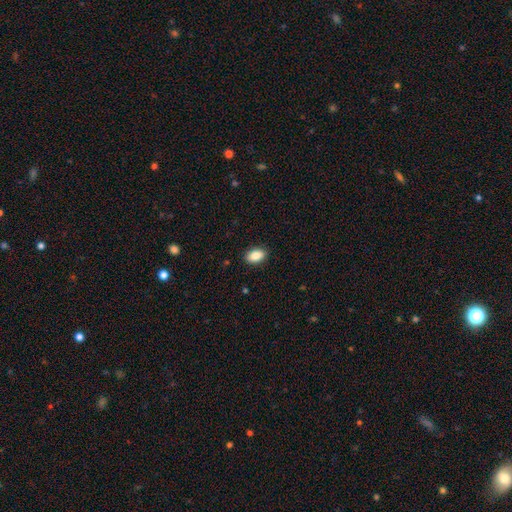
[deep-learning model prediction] This appears to be a smooth galaxy with no disk features (88%) that is in between round and cigar-shaped (91%). Merging: none (89%).